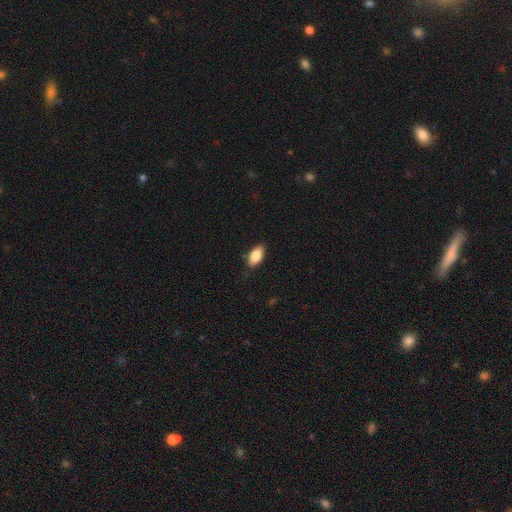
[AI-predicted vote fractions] Smooth or featured? Predicted: smooth (p=0.84). How rounded? Predicted: in between (p=0.91). Merging? Predicted: none (p=0.83).